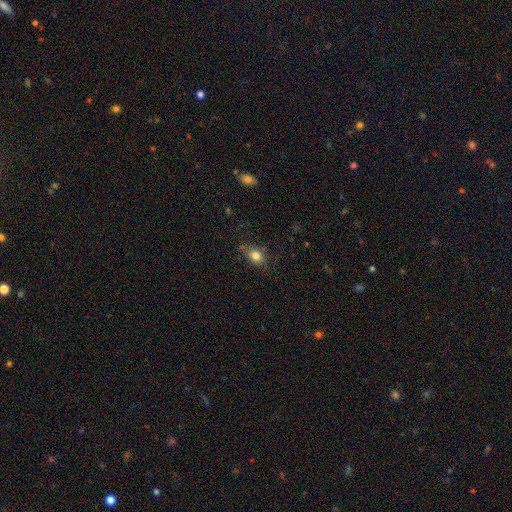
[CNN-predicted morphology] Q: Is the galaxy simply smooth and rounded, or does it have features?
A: smooth — 81%.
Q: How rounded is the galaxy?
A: in between — 60%.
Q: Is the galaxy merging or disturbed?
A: none — 70%.